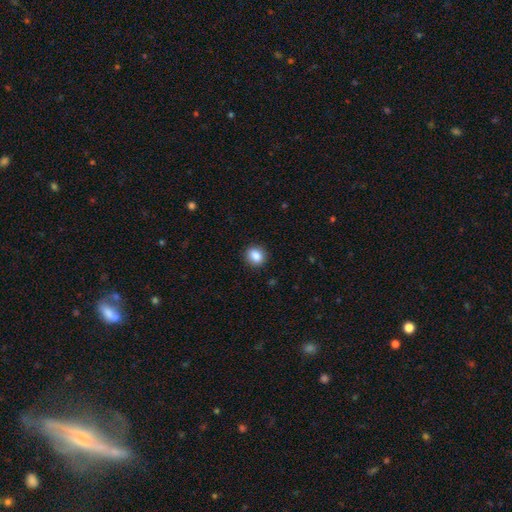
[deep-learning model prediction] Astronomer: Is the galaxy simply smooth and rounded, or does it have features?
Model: smooth — 87%.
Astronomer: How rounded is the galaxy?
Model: round — 66%.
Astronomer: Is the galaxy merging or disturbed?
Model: none — 90%.